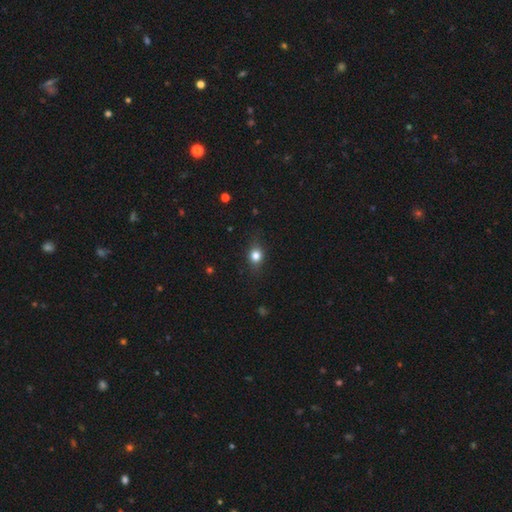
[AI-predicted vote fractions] Smooth or featured? smooth (79%)
How rounded? round (60%)
Merging? none (80%)